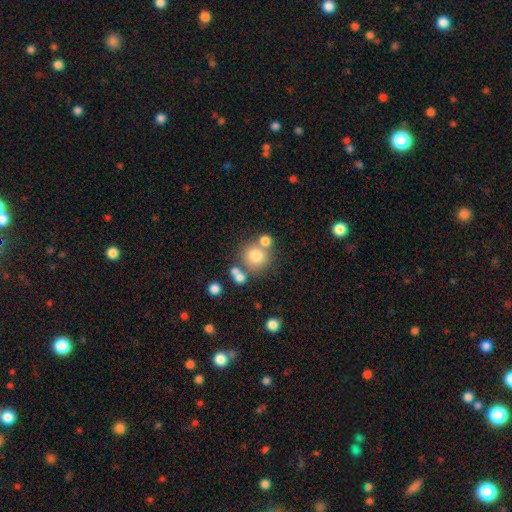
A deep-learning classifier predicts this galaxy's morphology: Smooth or featured?
  - smooth: 74% *
  - featured or disk: 14%
  - star or artifact: 13%
How rounded?
  - round: 89% *
  - in between: 11%
  - cigar-shaped: 1%
Merging?
  - none: 60% *
  - merger: 26%
  - minor disturbance: 10%
  - major disturbance: 4%